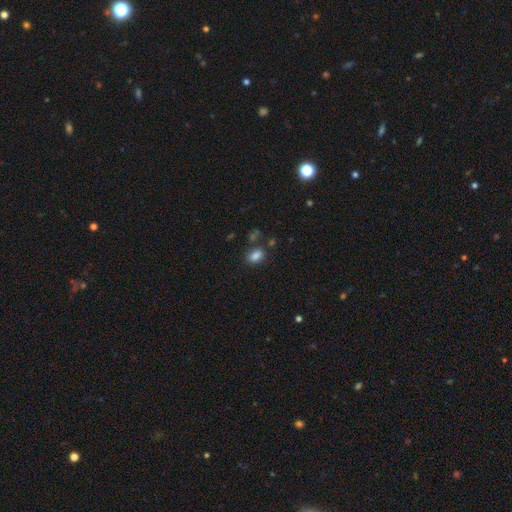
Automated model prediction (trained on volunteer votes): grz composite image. It shows a smooth galaxy with no disk features (83%) that is in between round and cigar-shaped (82%). Merging: none (74%).